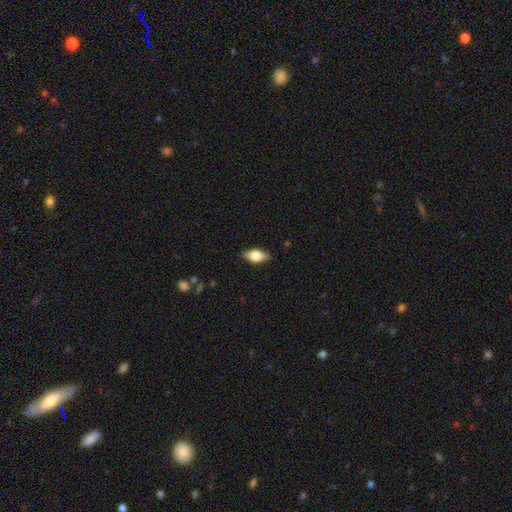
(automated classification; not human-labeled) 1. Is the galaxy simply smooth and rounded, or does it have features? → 65% smooth, 28% featured or disk, 7% star or artifact.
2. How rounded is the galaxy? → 83% in between, 11% cigar-shaped, 6% round.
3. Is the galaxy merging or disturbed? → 86% none, 11% minor disturbance, 2% major disturbance, 1% merger.